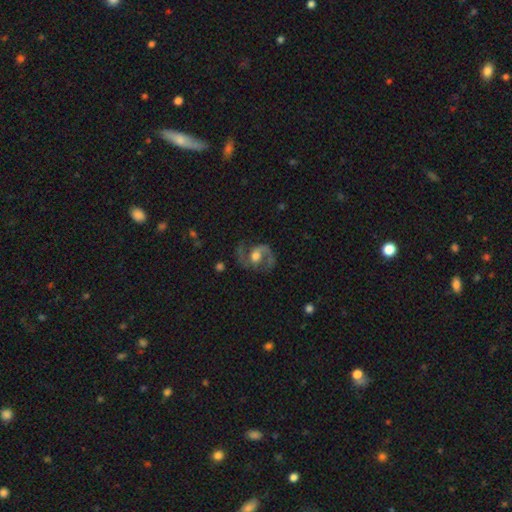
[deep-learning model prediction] A featured or disk galaxy (80%) with no bar (52%), 2 (84%) medium (54%) spiral arms (91%) and a moderate central bulge (57%). Merging: none (61%).